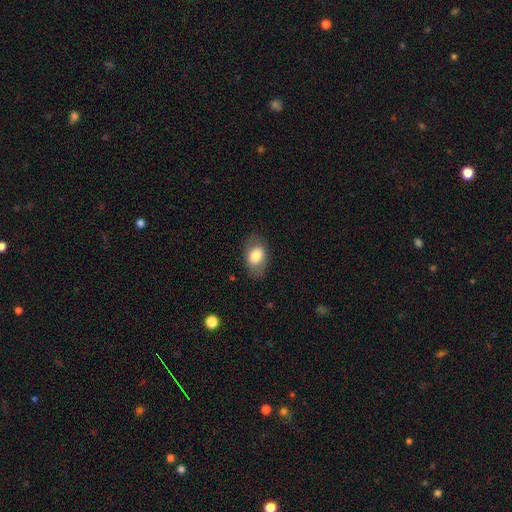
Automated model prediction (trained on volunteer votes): smooth-or-featured: smooth: 77% | featured or disk: 16% | star or artifact: 7%
  how-rounded: in between: 85% | round: 13% | cigar-shaped: 1%
  merging: none: 80% | minor disturbance: 14% | major disturbance: 5% | merger: 1%